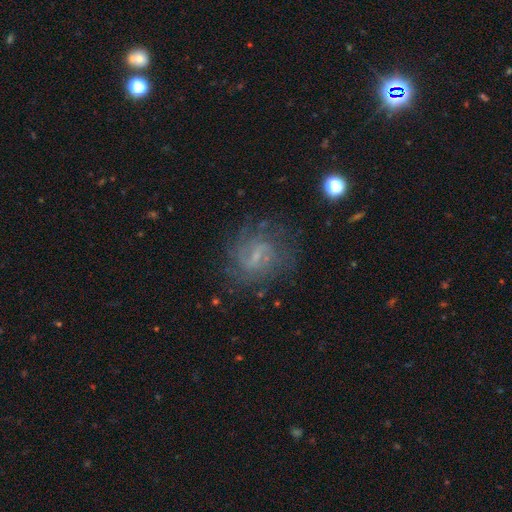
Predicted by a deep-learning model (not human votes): This is likely a featured or disk galaxy (73%). It is clearly not viewed edge-on (96%). Bar: possibly weak (57%). Spiral arm pattern: clearly yes (86%). Spiral arm count: marginally can't tell (43%). Spiral winding: marginally tight (41%). Central bulge: likely small (60%). Merging: likely none (71%).